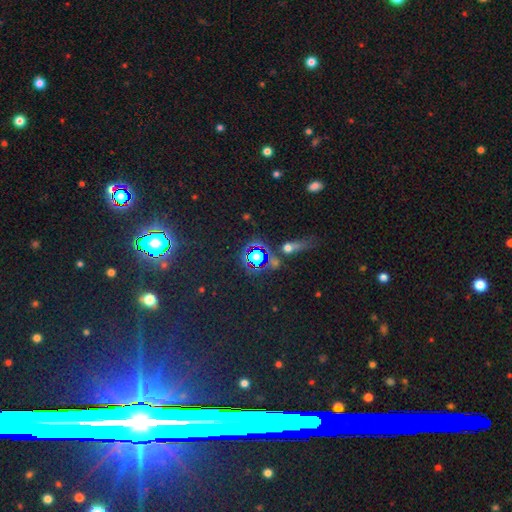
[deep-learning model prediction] star or artifact 62%, smooth 27%, featured or disk 12%.